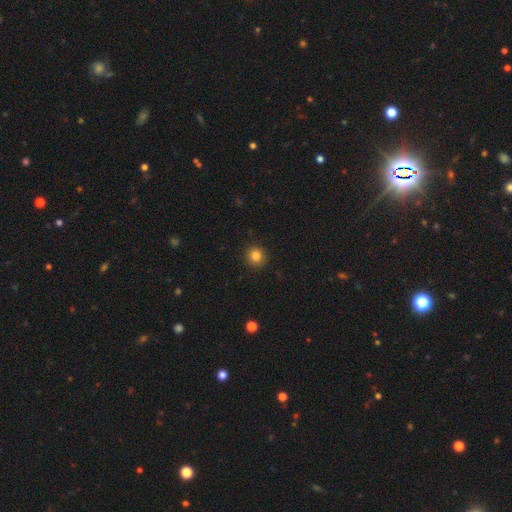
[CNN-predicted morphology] Smooth or featured: smooth — 84% (star or artifact — 11%)
How rounded: round — 92% (in between — 7%)
Merging: none — 92% (minor disturbance — 6%)